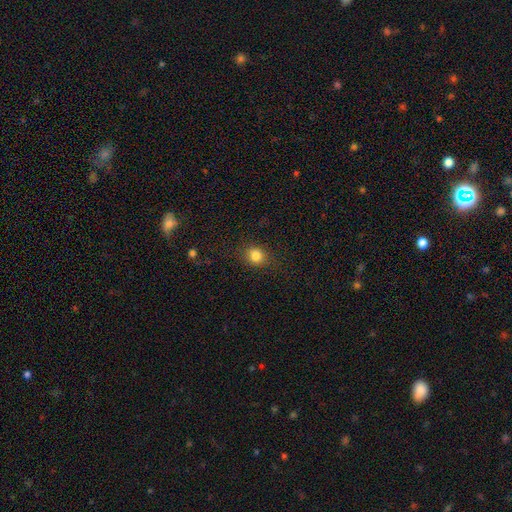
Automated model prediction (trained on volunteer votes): A smooth galaxy with no disk features (82%) that is round (70%).

Vote fractions:
- Smooth or featured? smooth: 82% / star or artifact: 12% / featured or disk: 6%
- How rounded? round: 70% / in between: 29% / cigar-shaped: 1%
- Merging? none: 84% / minor disturbance: 11% / major disturbance: 4% / merger: 1%